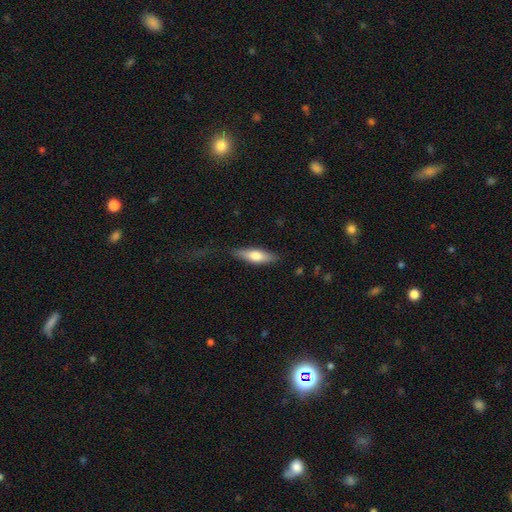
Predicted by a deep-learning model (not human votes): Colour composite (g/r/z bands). It shows a smooth galaxy with no disk features (65%) that is cigar-shaped (51%). Merging: none (79%).